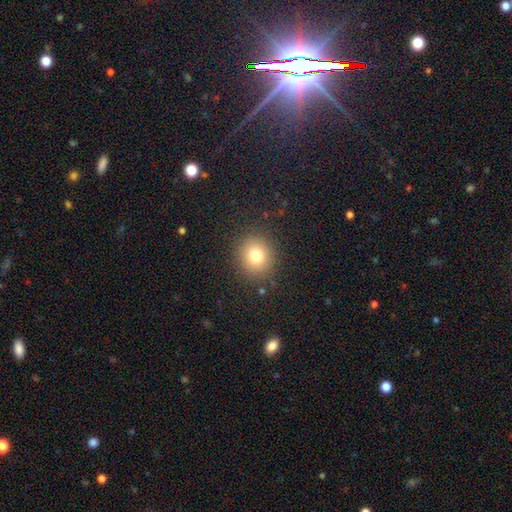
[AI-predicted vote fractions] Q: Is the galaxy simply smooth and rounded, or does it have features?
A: smooth — 78%.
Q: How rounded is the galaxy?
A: round — 86%.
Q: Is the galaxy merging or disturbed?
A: none — 88%.